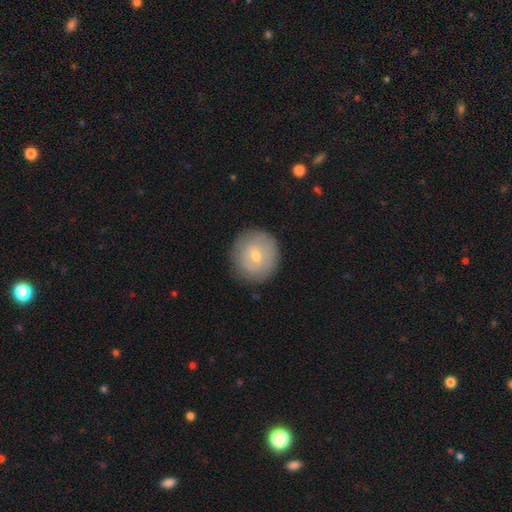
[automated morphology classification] Q: Smooth or featured?
A: smooth (52%); runner-up: featured or disk (40%)
Q: How rounded?
A: round (91%); runner-up: in between (8%)
Q: Merging?
A: none (86%); runner-up: minor disturbance (10%)